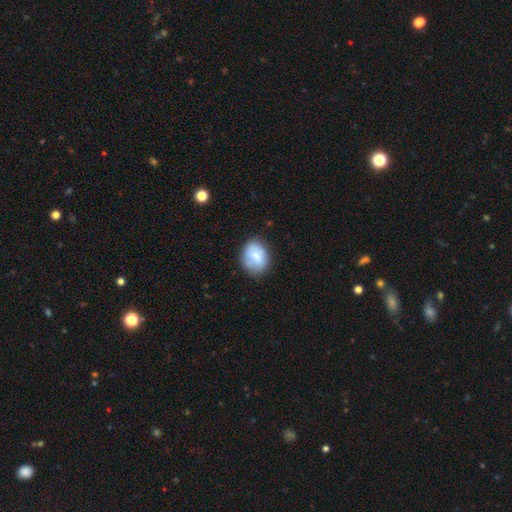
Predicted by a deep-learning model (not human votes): The model was most divided on "how rounded": in between: 54%, round: 45%, cigar-shaped: 1%. More confident: smooth or featured — smooth (73%); merging — none (67%).